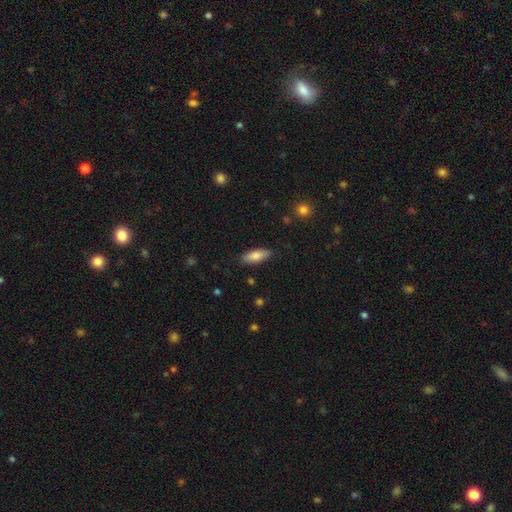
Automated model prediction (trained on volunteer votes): smooth_or_featured: smooth (p=0.81) [alt: featured or disk p=0.13]
how_rounded: in between (p=0.74) [alt: cigar-shaped p=0.24]
merging: none (p=0.84) [alt: minor disturbance p=0.12]